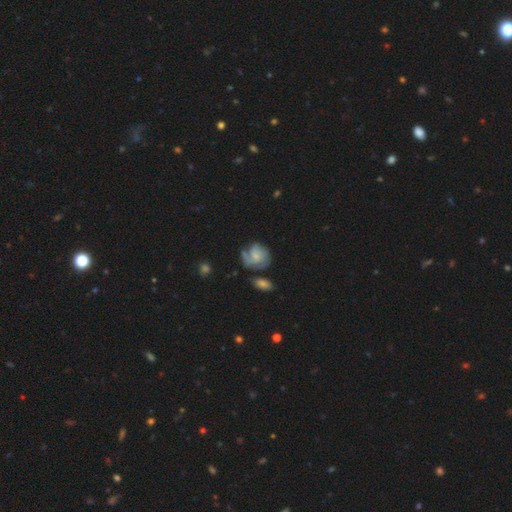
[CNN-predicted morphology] Smooth or featured? Predicted: featured or disk (p=0.69). Edge-on disk? Predicted: no (p=0.98). Bar? Predicted: no (p=0.69). Spiral arms? Predicted: yes (p=0.91). Spiral winding? Predicted: tight (p=0.45). Spiral arm count? Predicted: 2 (p=0.33). Bulge size? Predicted: small (p=0.54). Merging? Predicted: none (p=0.51).